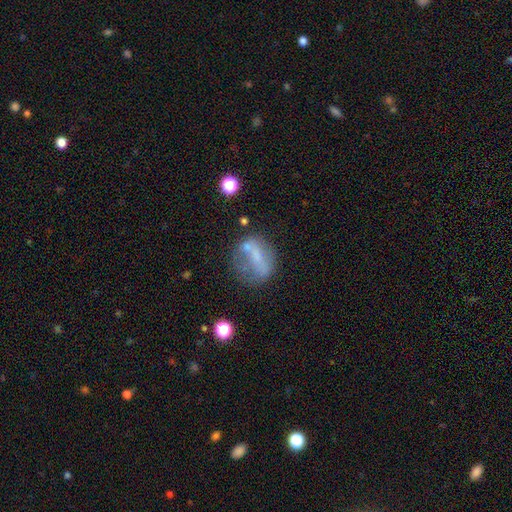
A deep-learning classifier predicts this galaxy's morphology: Smooth or featured?
  - smooth: 46% *
  - featured or disk: 41%
  - star or artifact: 13%
Merging?
  - none: 41% *
  - minor disturbance: 22%
  - major disturbance: 20%
  - merger: 17%